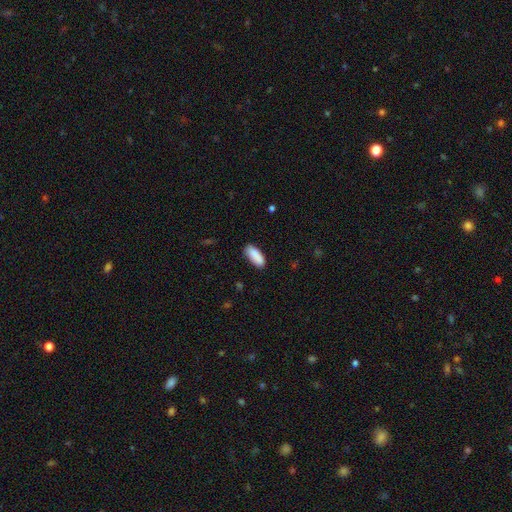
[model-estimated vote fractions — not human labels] A smooth galaxy with no disk features (89%) that is in between round and cigar-shaped (78%). Merging: none (84%).